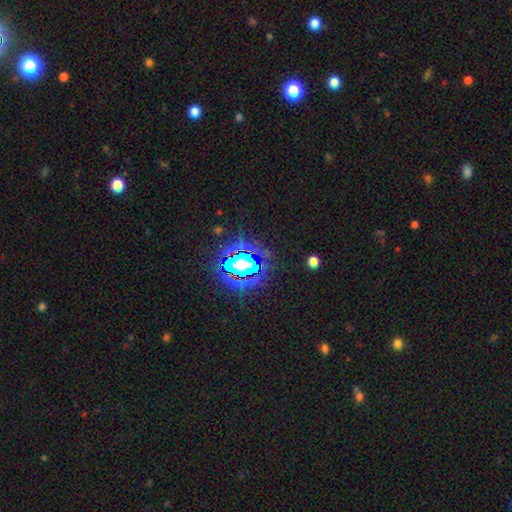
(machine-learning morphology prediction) Smooth or featured: star or artifact — 80% (smooth — 12%)